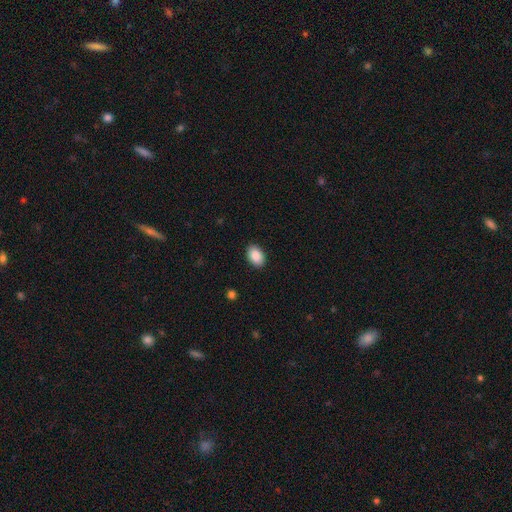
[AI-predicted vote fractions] Smooth or featured? Predicted: smooth (p=0.87). How rounded? Predicted: in between (p=0.87). Merging? Predicted: none (p=0.90).